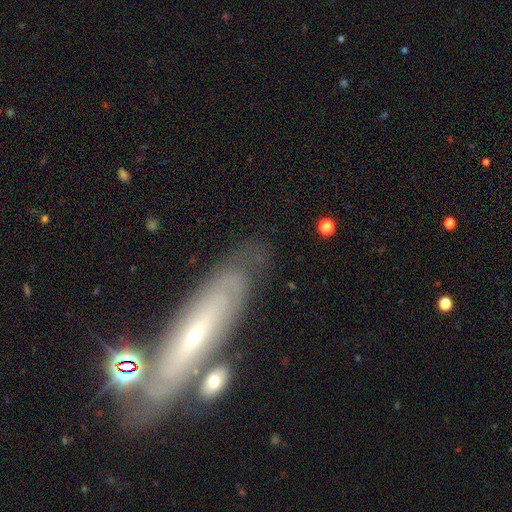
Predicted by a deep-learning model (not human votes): This appears to be a featured or disk galaxy (59%). Merging: none (63%).